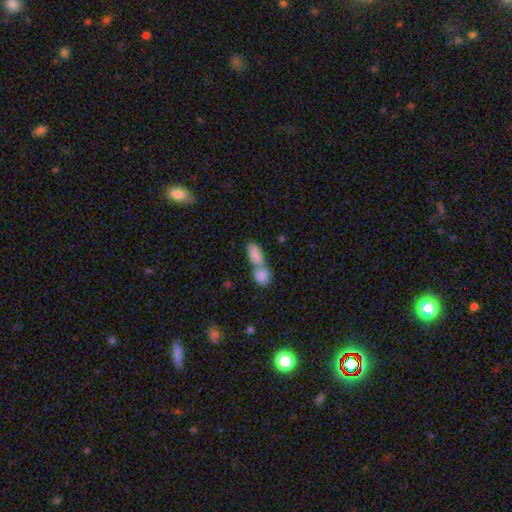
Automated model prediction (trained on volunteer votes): This appears to be a smooth galaxy with no disk features (86%) that is in between round and cigar-shaped (80%). Merging: merger (63%).